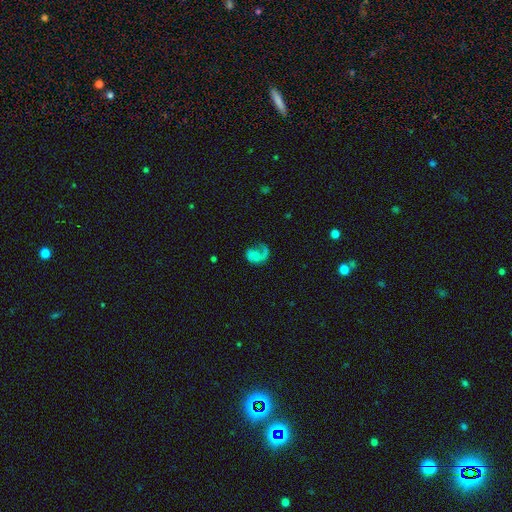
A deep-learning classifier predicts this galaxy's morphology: featured or disk 59%, smooth 32%, star or artifact 10%. Down the decision tree: edge-on disk — no (98%); bar — no (75%); spiral arms — yes (83%); bulge size — none (64%); merging — major disturbance (40%).